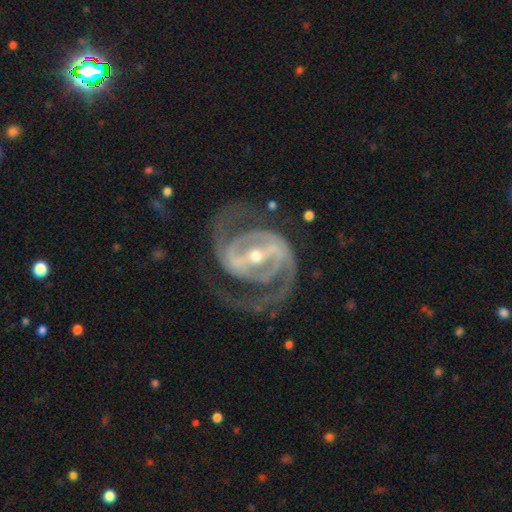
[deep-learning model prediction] This is clearly a featured or disk galaxy (93%). It is clearly not viewed edge-on (97%). Bar: likely strong (71%). Spiral arm pattern: clearly yes (98%). Spiral arm count: clearly 2 (86%). Spiral winding: possibly medium (51%). Central bulge: possibly small (52%). Merging: likely none (70%).